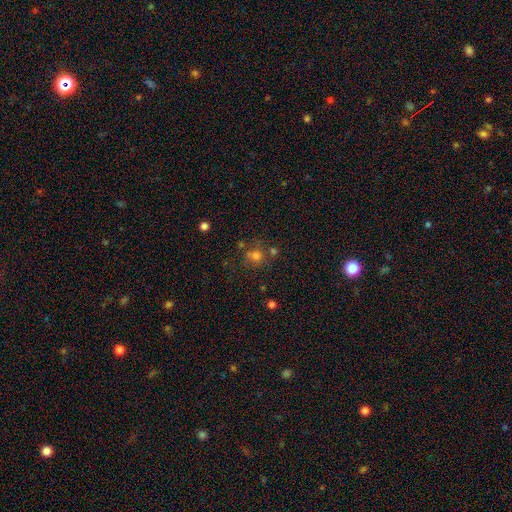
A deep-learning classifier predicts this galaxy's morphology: Overall: smooth (71%). How rounded: round (83%). Merging: none (61%).